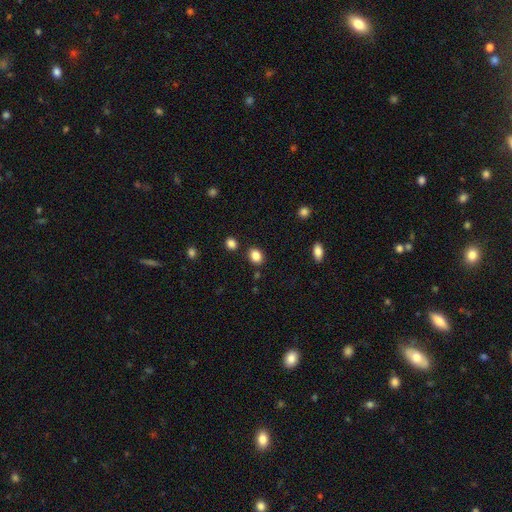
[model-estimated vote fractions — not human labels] A smooth galaxy with no disk features (86%) that is in between round and cigar-shaped (51%). Merging: none (85%).